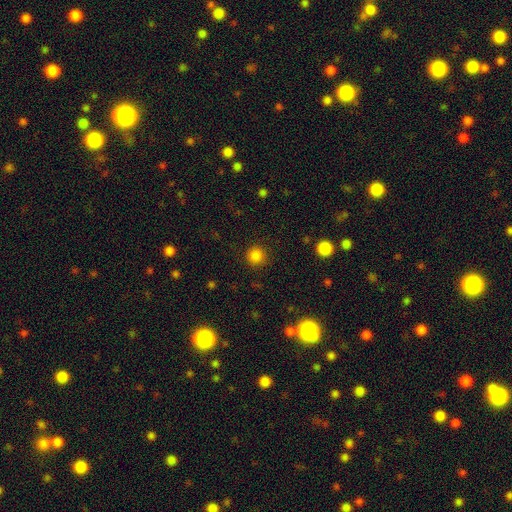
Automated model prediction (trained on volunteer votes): Smooth or featured? smooth (84%)
How rounded? round (94%)
Merging? none (89%)